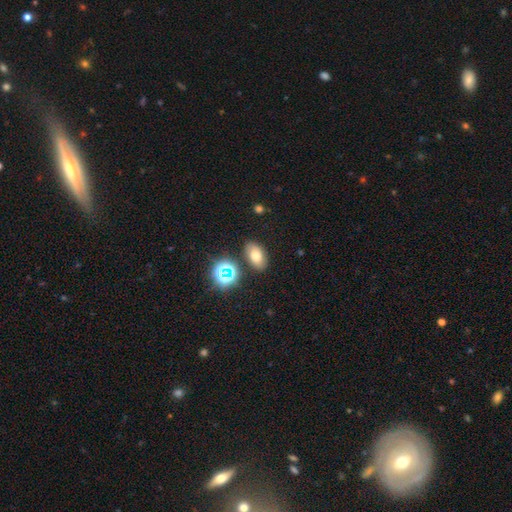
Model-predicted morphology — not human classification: smooth 69%, star or artifact 18%, featured or disk 14%. Down the decision tree: how rounded — in between (87%); merging — none (82%).